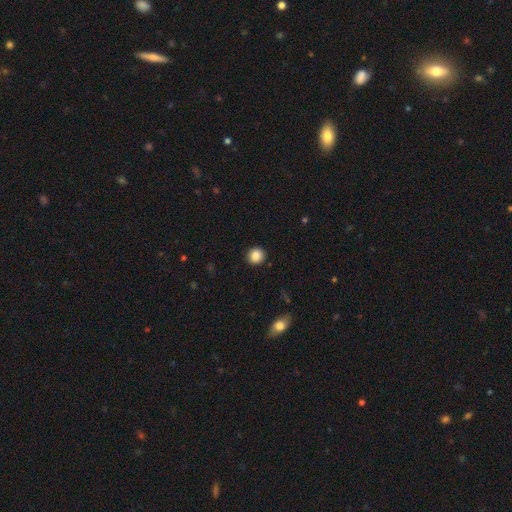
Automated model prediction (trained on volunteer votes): smooth-or-featured: smooth: 87% | star or artifact: 10% | featured or disk: 4%
  how-rounded: round: 92% | in between: 7% | cigar-shaped: 1%
  merging: none: 92% | minor disturbance: 6% | major disturbance: 2% | merger: 1%